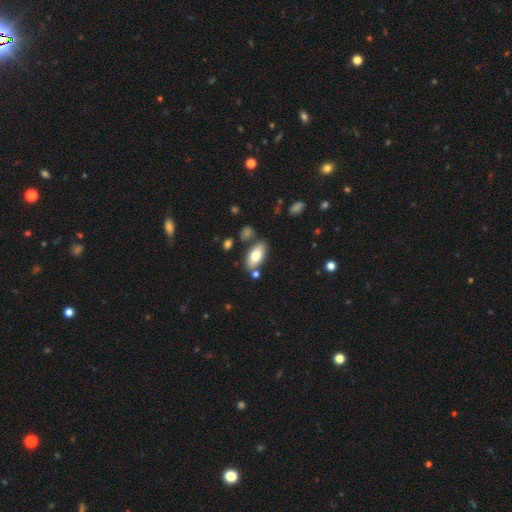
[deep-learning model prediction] This is likely a smooth galaxy (74%). How rounded: clearly in between (88%). Merging: likely none (76%).